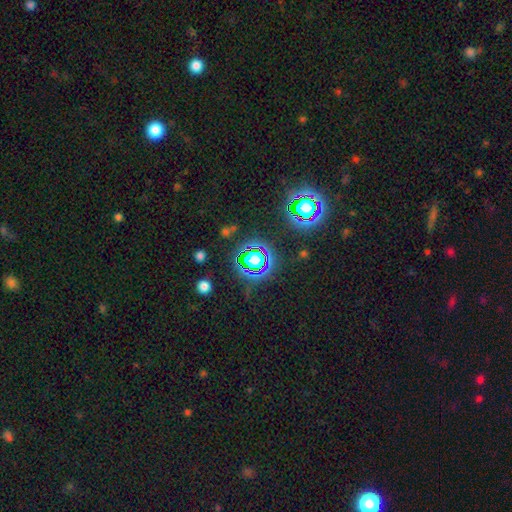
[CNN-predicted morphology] This appears to be a star or artifact, not a galaxy (77%).